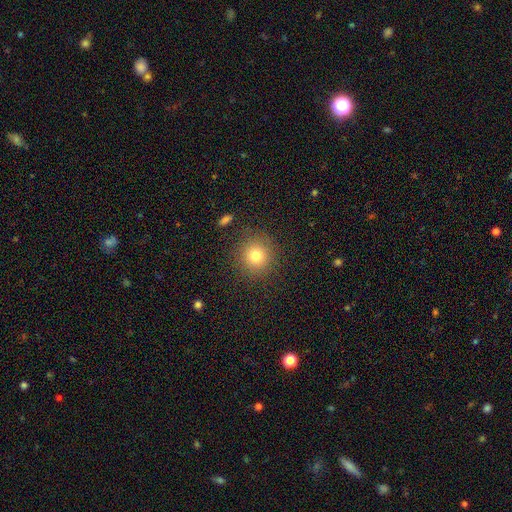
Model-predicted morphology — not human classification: type=smooth (78%); roundness=round (92%); merging=none (87%).